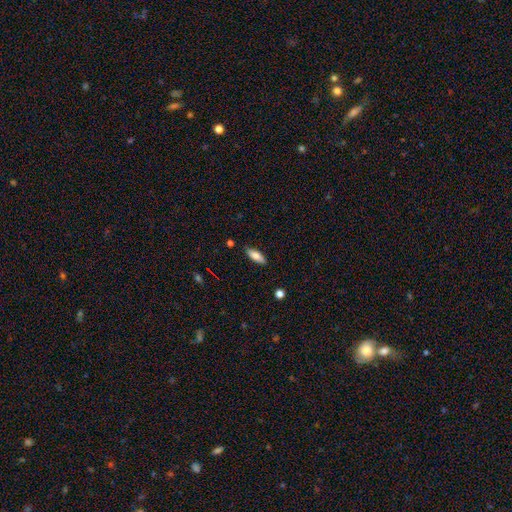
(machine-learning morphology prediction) Smooth or featured? Predicted: smooth (p=0.81). How rounded? Predicted: in between (p=0.71). Merging? Predicted: none (p=0.87).